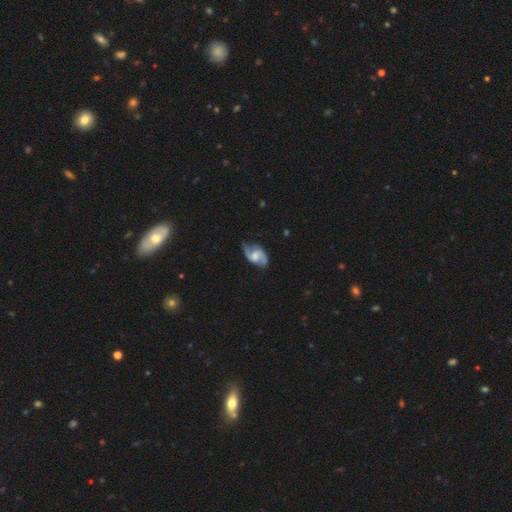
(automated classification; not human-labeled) This is clearly a featured or disk galaxy (85%). It is clearly not viewed edge-on (98%). Bar: possibly weak (49%). Spiral arm pattern: clearly yes (96%). Spiral arm count: clearly 2 (92%). Spiral winding: possibly medium (46%). Central bulge: marginally moderate (44%). Merging: likely none (74%).